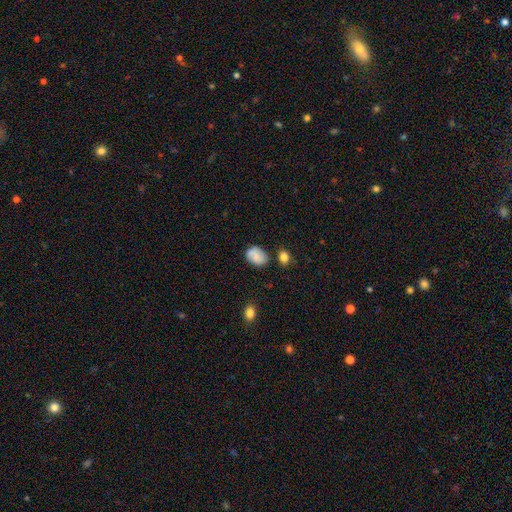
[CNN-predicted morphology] Smooth or featured?
  - smooth: 74% *
  - featured or disk: 17%
  - star or artifact: 9%
How rounded?
  - in between: 77% *
  - round: 21%
  - cigar-shaped: 1%
Merging?
  - none: 67% *
  - minor disturbance: 21%
  - merger: 7%
  - major disturbance: 5%